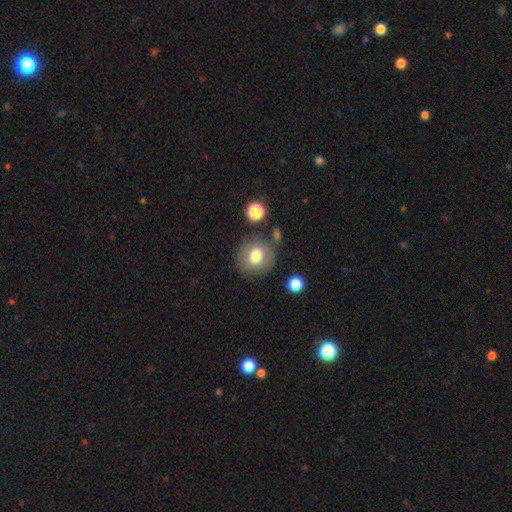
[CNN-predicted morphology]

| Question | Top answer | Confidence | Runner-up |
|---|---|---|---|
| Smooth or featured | smooth | 76% | featured or disk (14%) |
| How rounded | round | 83% | in between (16%) |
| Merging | none | 78% | minor disturbance (12%) |